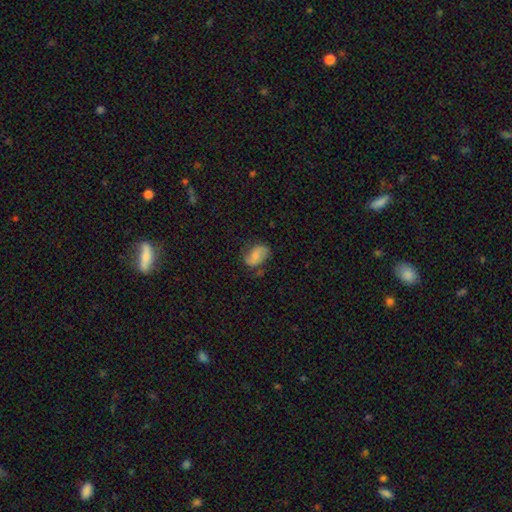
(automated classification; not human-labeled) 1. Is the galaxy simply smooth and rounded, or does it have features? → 47% smooth, 45% featured or disk, 9% star or artifact.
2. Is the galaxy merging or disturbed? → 62% none, 26% minor disturbance, 10% major disturbance, 3% merger.